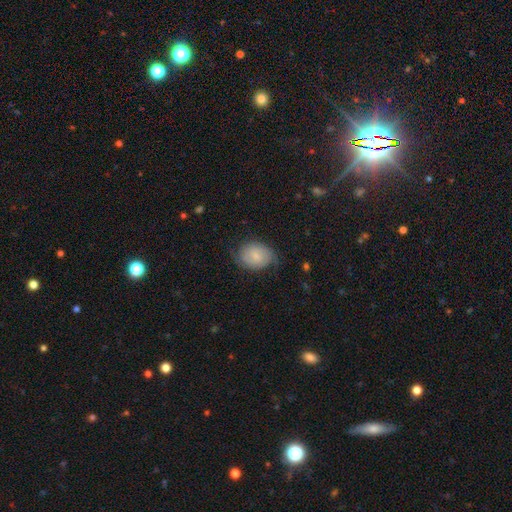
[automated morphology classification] This appears to be a smooth galaxy with no disk features (59%) that is in between round and cigar-shaped (57%). Merging: none (63%).